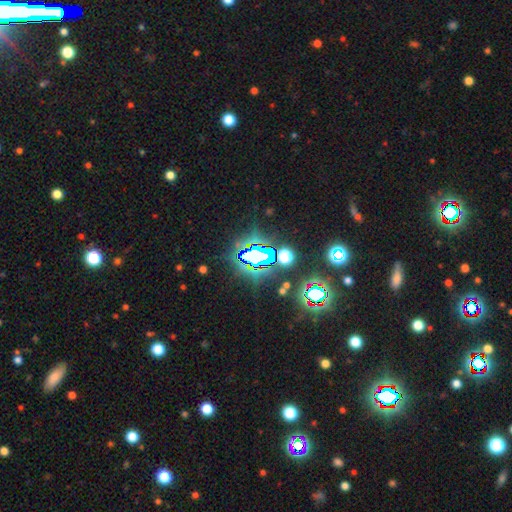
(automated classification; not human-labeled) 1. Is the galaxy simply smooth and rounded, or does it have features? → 75% star or artifact, 15% smooth, 10% featured or disk.